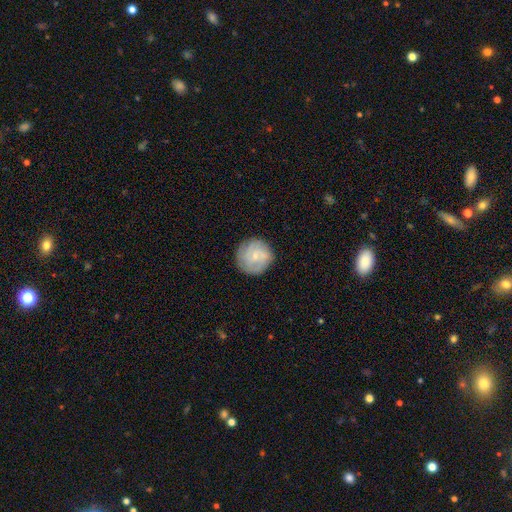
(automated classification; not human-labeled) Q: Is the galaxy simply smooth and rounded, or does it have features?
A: smooth — 53%.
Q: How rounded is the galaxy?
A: round — 94%.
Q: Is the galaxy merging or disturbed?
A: none — 82%.